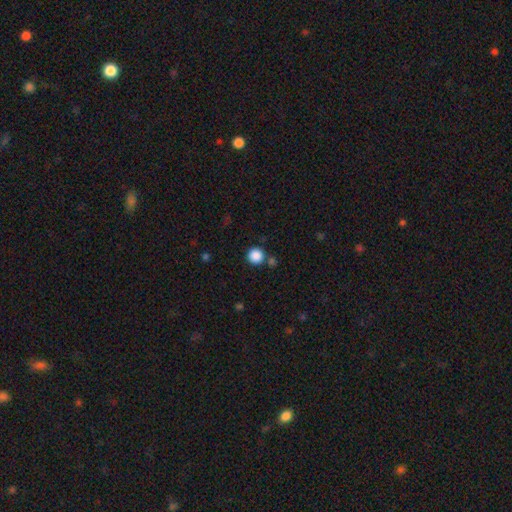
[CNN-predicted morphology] Smooth or featured? smooth (87%)
How rounded? round (95%)
Merging? none (82%)